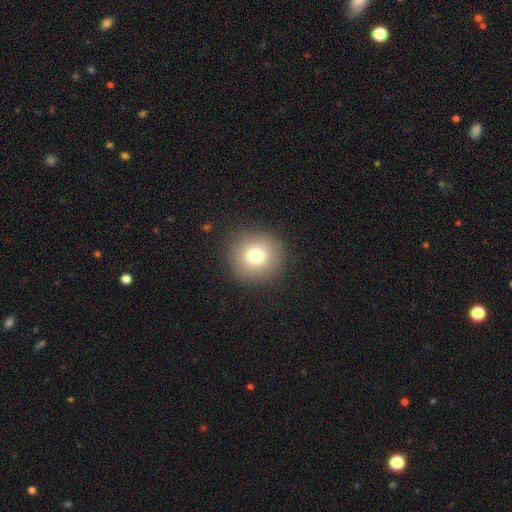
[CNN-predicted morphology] A smooth galaxy with no disk features (76%) that is round (94%). Merging: none (91%).